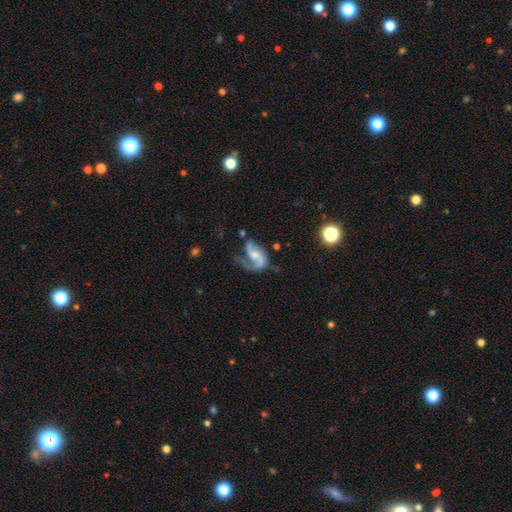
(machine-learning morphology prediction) Q: Smooth or featured?
A: featured or disk (82%); runner-up: smooth (12%)
Q: Edge-on disk?
A: no (98%); runner-up: yes (2%)
Q: Bar?
A: no (51%); runner-up: weak (38%)
Q: Spiral arms?
A: yes (94%); runner-up: no (6%)
Q: Spiral winding?
A: loose (48%); runner-up: medium (41%)
Q: Spiral arm count?
A: 2 (74%); runner-up: 1 (18%)
Q: Bulge size?
A: moderate (41%); runner-up: small (39%)
Q: Merging?
A: none (41%); runner-up: major disturbance (30%)